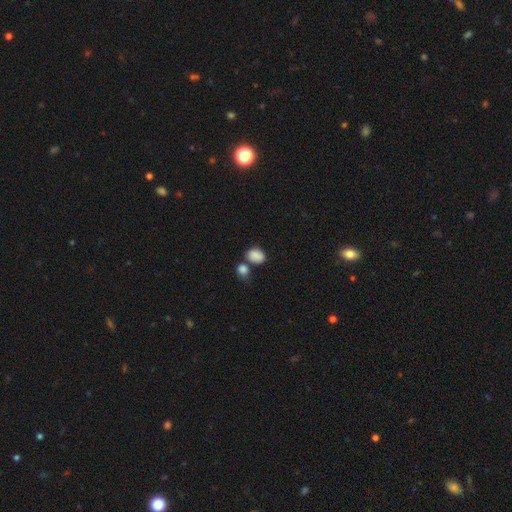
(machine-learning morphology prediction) Overall: smooth (85%). How rounded: in between (66%; round 33%). Merging: none (48%; merger 32%).